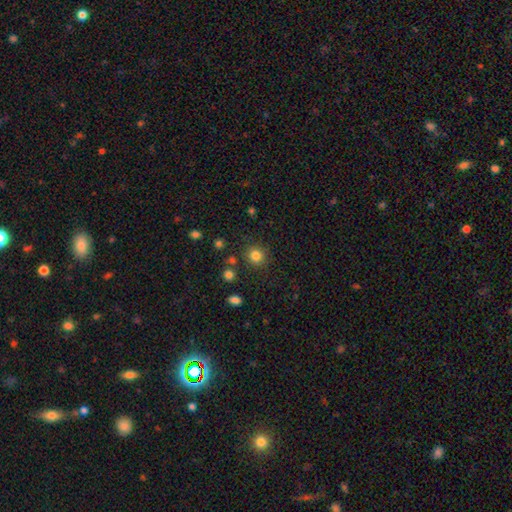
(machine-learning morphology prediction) Smooth or featured? Predicted: smooth (p=0.82). How rounded? Predicted: round (p=0.90). Merging? Predicted: none (p=0.86).